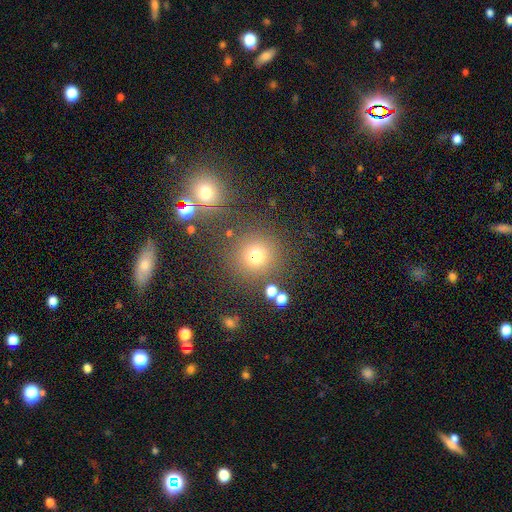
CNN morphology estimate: This is likely a smooth galaxy (71%). How rounded: clearly round (92%). Merging: clearly none (80%).